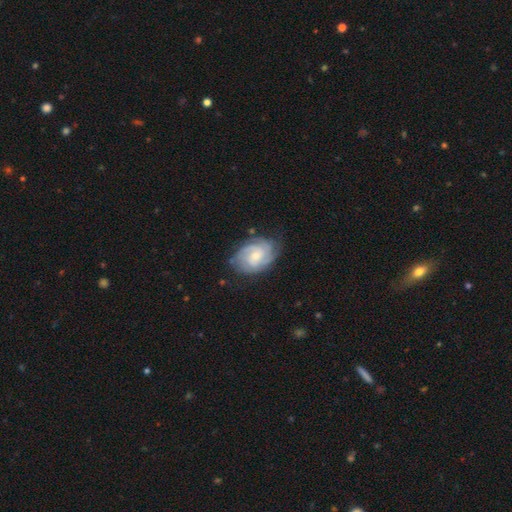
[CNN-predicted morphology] smooth_or_featured: featured or disk (p=0.79) [alt: smooth p=0.16]
disk_edge_on: no (p=0.97) [alt: yes p=0.03]
bar: no (p=0.53) [alt: weak p=0.41]
has_spiral_arms: yes (p=0.95) [alt: no p=0.05]
spiral_winding: tight (p=0.61) [alt: medium p=0.32]
spiral_arm_count: 2 (p=0.30) [alt: can't tell p=0.27]
bulge_size: small (p=0.55) [alt: moderate p=0.38]
merging: none (p=0.73) [alt: minor disturbance p=0.19]